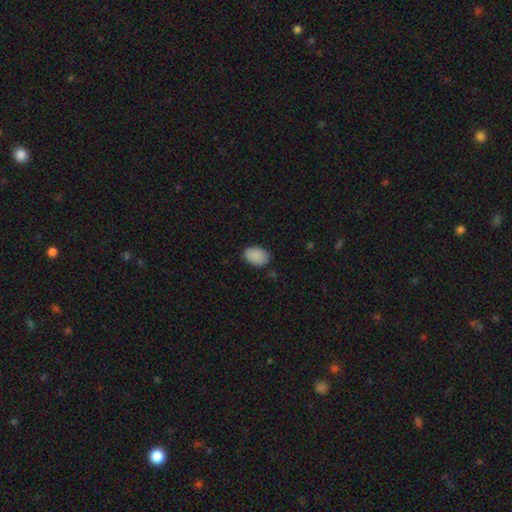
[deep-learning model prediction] A smooth galaxy with no disk features (89%) that is in between round and cigar-shaped (85%).

Vote fractions:
- Smooth or featured? smooth: 89% / star or artifact: 7% / featured or disk: 3%
- How rounded? in between: 85% / round: 13% / cigar-shaped: 1%
- Merging? none: 83% / minor disturbance: 13% / major disturbance: 3% / merger: 1%